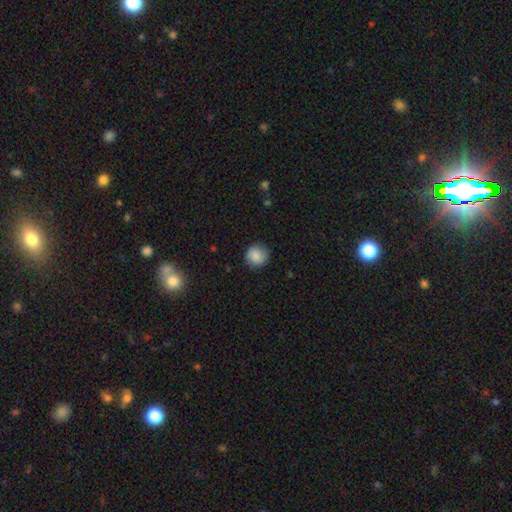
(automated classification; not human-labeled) Overall: smooth (85%). How rounded: round (89%). Merging: none (80%).